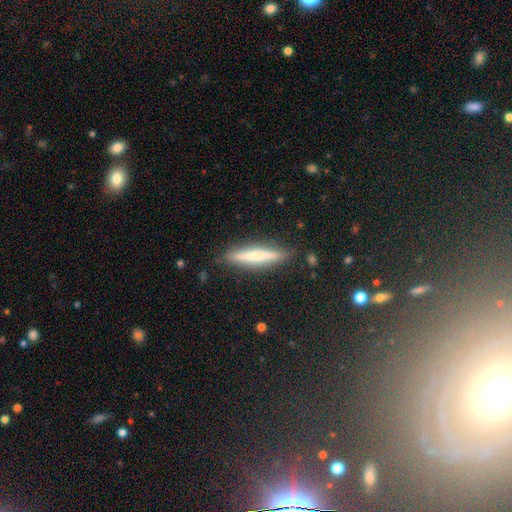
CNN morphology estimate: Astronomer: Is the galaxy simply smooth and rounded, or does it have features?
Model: smooth — 56% (runner-up: featured or disk, 32%).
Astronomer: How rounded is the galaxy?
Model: cigar-shaped — 90%.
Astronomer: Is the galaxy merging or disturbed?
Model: none — 86%.